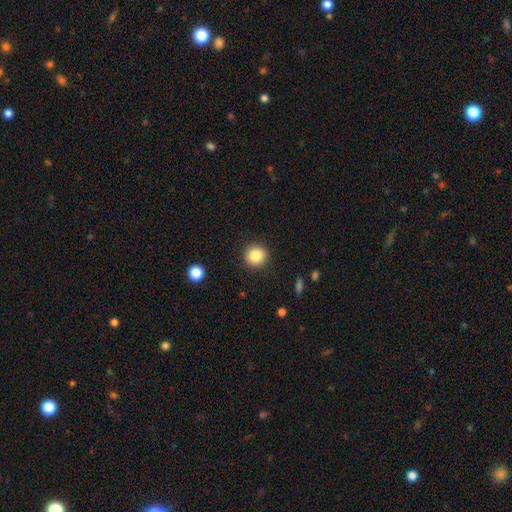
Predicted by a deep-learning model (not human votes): A smooth galaxy with no disk features (85%) that is round (94%). Merging: none (92%).